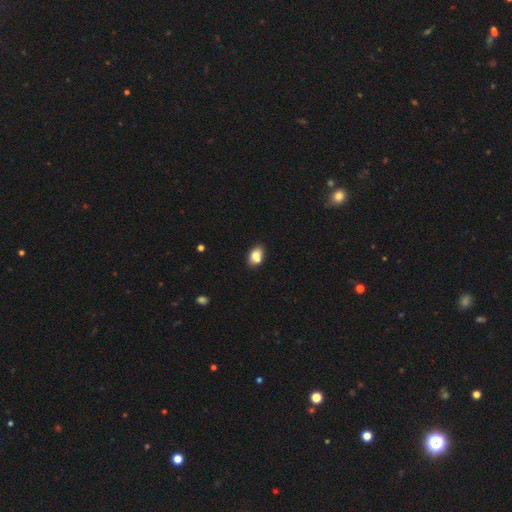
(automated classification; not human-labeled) Q: Smooth or featured?
A: smooth (76%); runner-up: featured or disk (14%)
Q: How rounded?
A: in between (78%); runner-up: round (21%)
Q: Merging?
A: none (55%); runner-up: merger (26%)